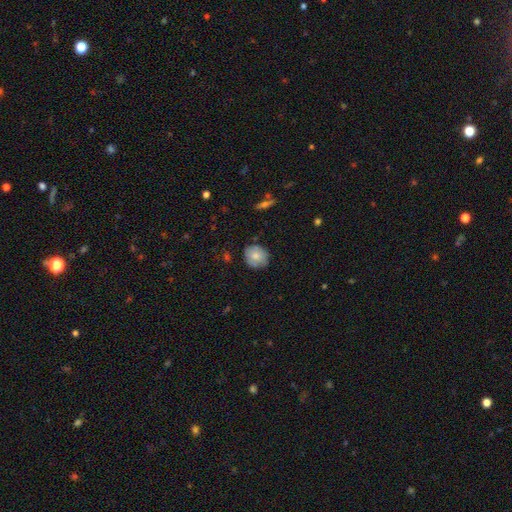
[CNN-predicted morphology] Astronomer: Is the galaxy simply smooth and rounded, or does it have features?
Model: smooth — 75%.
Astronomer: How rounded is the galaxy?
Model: round — 72%.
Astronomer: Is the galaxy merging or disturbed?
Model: none — 77%.